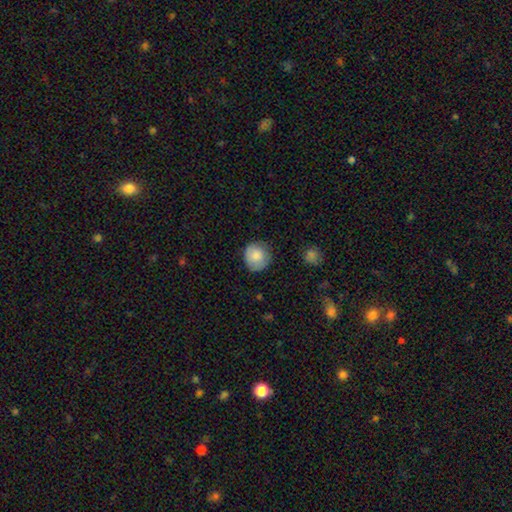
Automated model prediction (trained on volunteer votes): Overall: smooth (83%). How rounded: round (90%). Merging: none (78%).